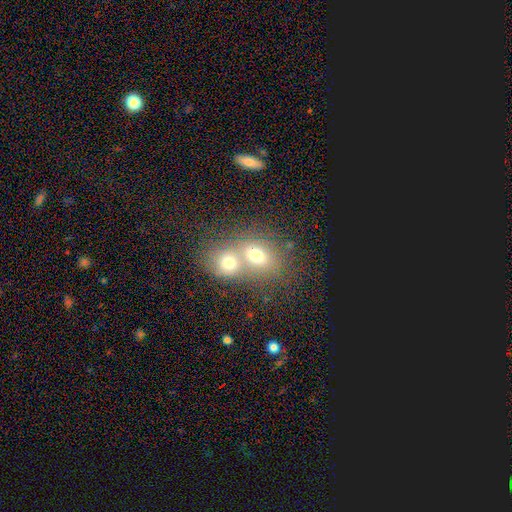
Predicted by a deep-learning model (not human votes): Q: Smooth or featured?
A: smooth (66%); runner-up: featured or disk (21%)
Q: How rounded?
A: round (51%); runner-up: in between (47%)
Q: Merging?
A: merger (67%); runner-up: none (25%)